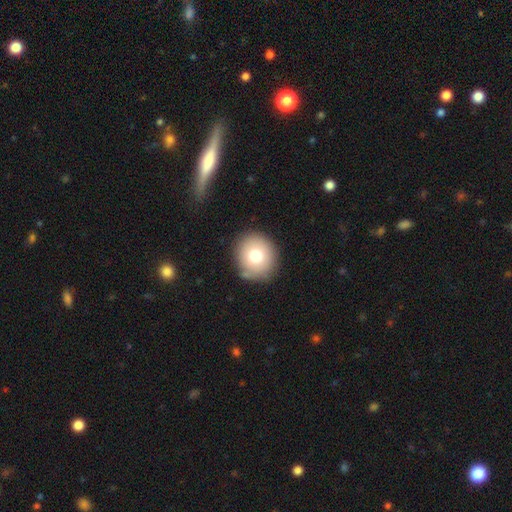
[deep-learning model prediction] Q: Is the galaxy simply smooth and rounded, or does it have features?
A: smooth — 75%.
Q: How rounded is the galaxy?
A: round — 86%.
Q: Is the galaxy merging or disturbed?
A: none — 82%.